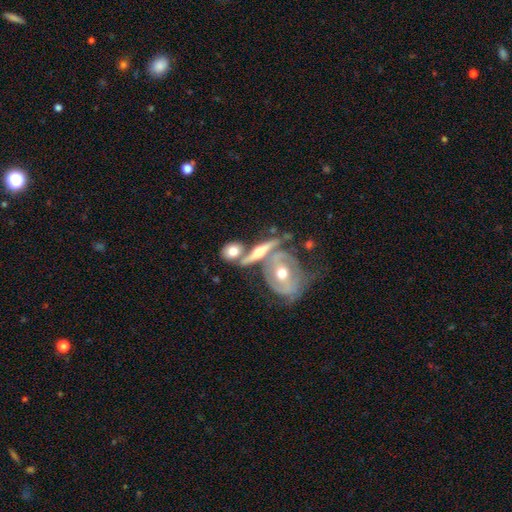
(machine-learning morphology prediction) The model was most divided on "merging": merger: 42%, none: 33%, minor disturbance: 13%, major disturbance: 12%. More confident: edge-on disk — no (93%); bar — no (68%); smooth or featured — featured or disk (64%); bulge size — moderate (61%); spiral arms — yes (60%).